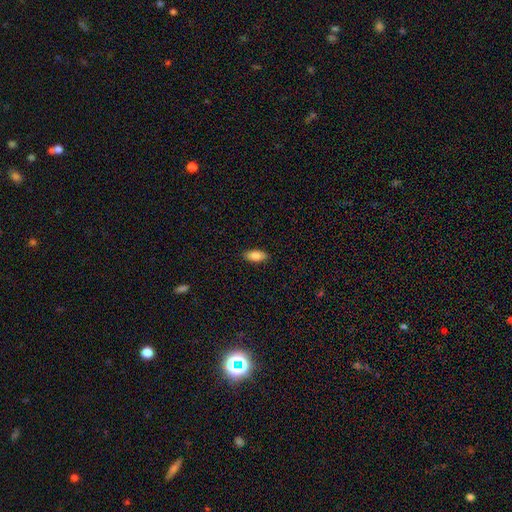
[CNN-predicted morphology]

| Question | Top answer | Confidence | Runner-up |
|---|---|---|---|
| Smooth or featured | smooth | 80% | featured or disk (13%) |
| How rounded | in between | 87% | cigar-shaped (10%) |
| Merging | none | 89% | minor disturbance (8%) |